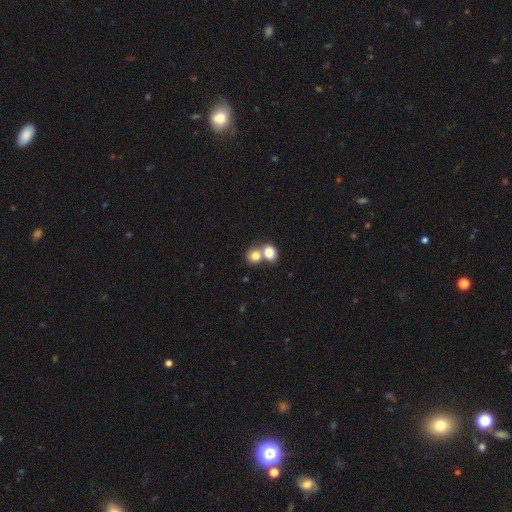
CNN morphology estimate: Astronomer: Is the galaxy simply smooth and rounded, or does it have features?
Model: smooth — 79%.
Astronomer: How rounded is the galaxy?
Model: round — 68%.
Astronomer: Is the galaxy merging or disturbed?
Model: merger — 63%.